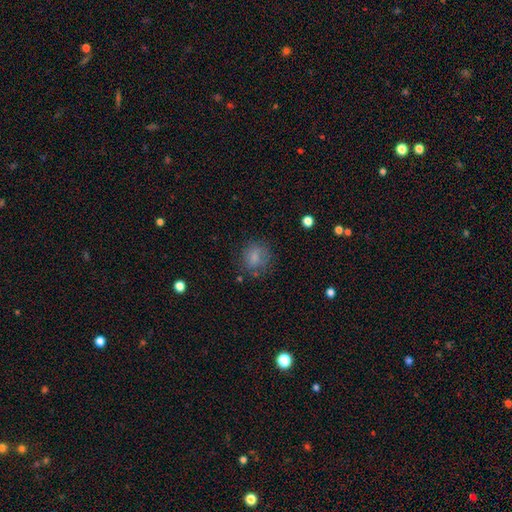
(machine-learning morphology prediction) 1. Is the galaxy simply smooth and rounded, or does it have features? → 77% smooth, 12% featured or disk, 11% star or artifact.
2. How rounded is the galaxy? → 76% round, 23% in between, 1% cigar-shaped.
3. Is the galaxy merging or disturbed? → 73% none, 17% minor disturbance, 7% major disturbance, 2% merger.